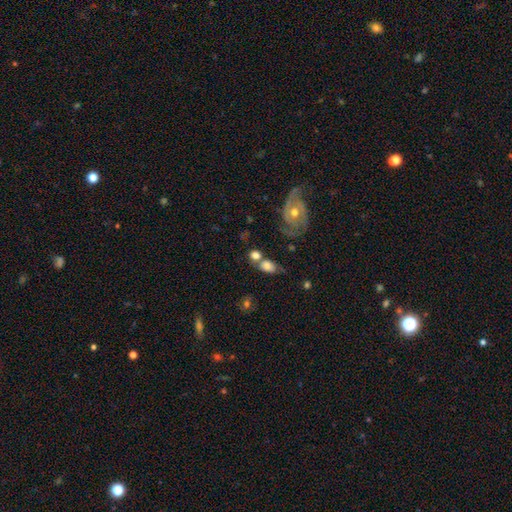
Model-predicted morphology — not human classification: This is likely a smooth galaxy (70%). How rounded: possibly in between (58%). Merging: marginally none (43%).